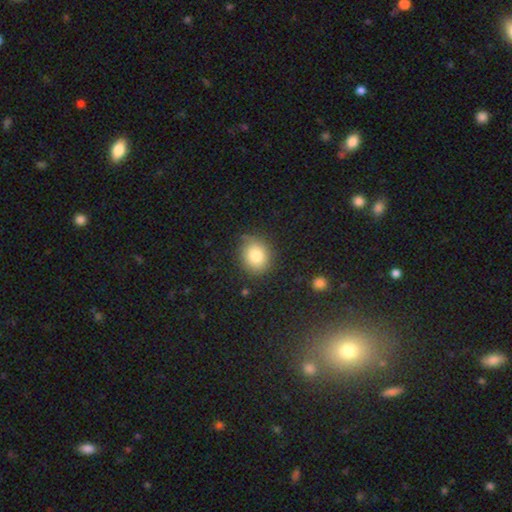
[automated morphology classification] smooth-or-featured: smooth: 81% | star or artifact: 10% | featured or disk: 8%
  how-rounded: round: 71% | in between: 28% | cigar-shaped: 1%
  merging: none: 80% | minor disturbance: 14% | major disturbance: 3% | merger: 2%